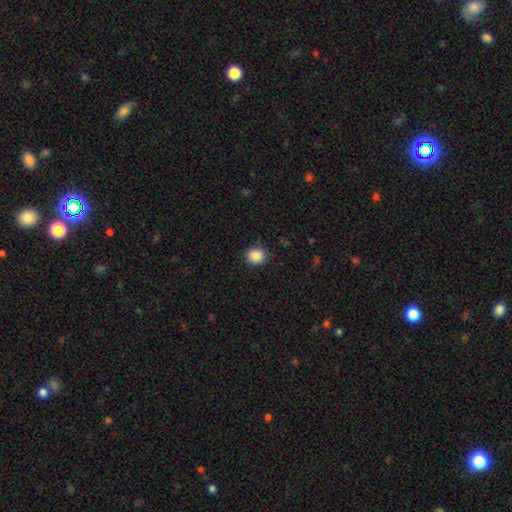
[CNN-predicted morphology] smooth 88%, star or artifact 9%, featured or disk 3%. Down the decision tree: how rounded — round (80%); merging — none (88%).